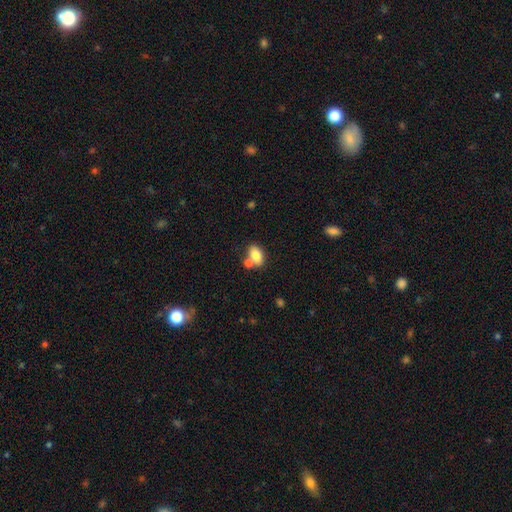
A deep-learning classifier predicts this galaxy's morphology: This appears to be a smooth galaxy with no disk features (80%) that is in between round and cigar-shaped (87%). Merging: none (53%).